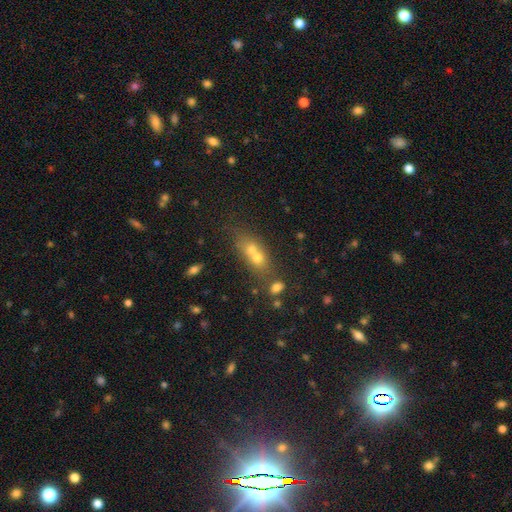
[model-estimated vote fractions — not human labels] smooth 50%, star or artifact 35%, featured or disk 15%. Down the decision tree: merging — none (56%).